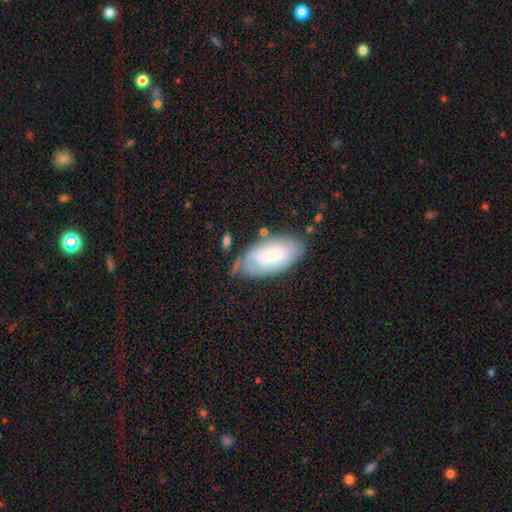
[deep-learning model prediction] A smooth galaxy with no disk features (59%) that is in between round and cigar-shaped (93%).

Vote fractions:
- Smooth or featured? smooth: 59% / featured or disk: 34% / star or artifact: 7%
- How rounded? in between: 93% / cigar-shaped: 4% / round: 3%
- Merging? none: 60% / minor disturbance: 27% / major disturbance: 8% / merger: 5%